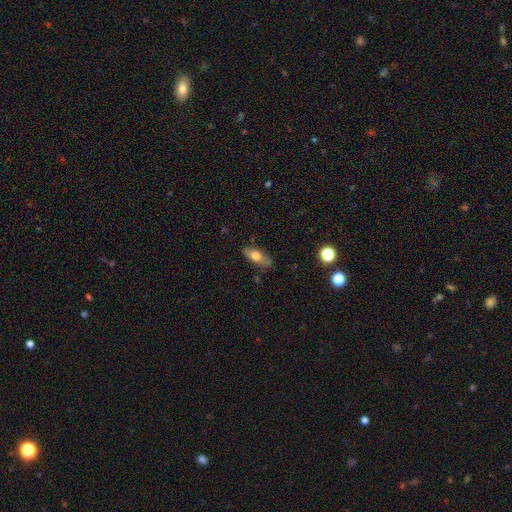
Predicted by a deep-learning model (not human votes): smooth_or_featured: smooth (p=0.66) [alt: featured or disk p=0.27]
how_rounded: in between (p=0.77) [alt: cigar-shaped p=0.18]
merging: none (p=0.77) [alt: minor disturbance p=0.17]